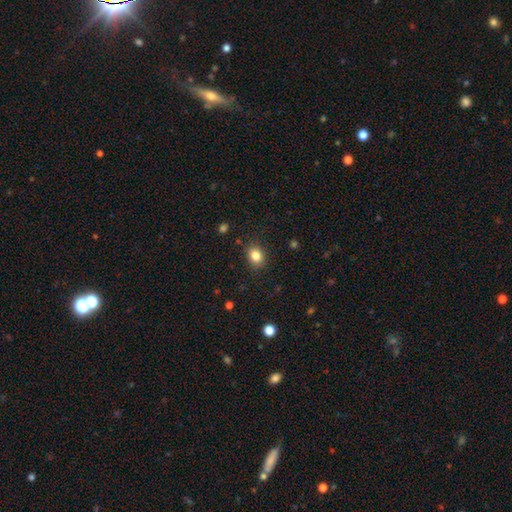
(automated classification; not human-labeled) Overall: smooth (84%). How rounded: in between (52%; round 47%). Merging: none (86%).